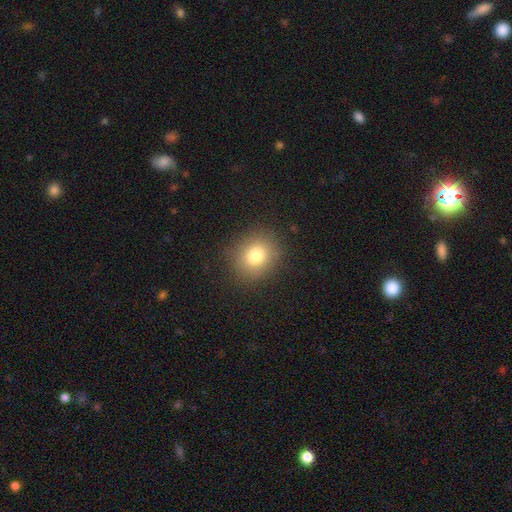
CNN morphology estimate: smooth_or_featured: smooth (p=0.78) [alt: star or artifact p=0.13]
how_rounded: round (p=0.70) [alt: in between p=0.29]
merging: none (p=0.86) [alt: minor disturbance p=0.09]